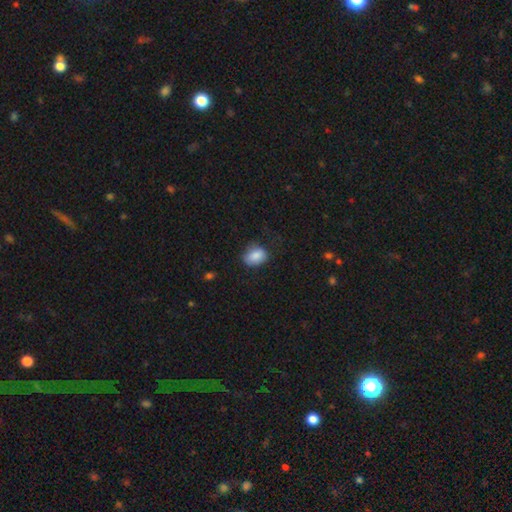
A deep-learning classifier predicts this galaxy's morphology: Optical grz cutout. It shows a smooth galaxy with no disk features (85%) that is in between round and cigar-shaped (66%). Merging: none (64%).